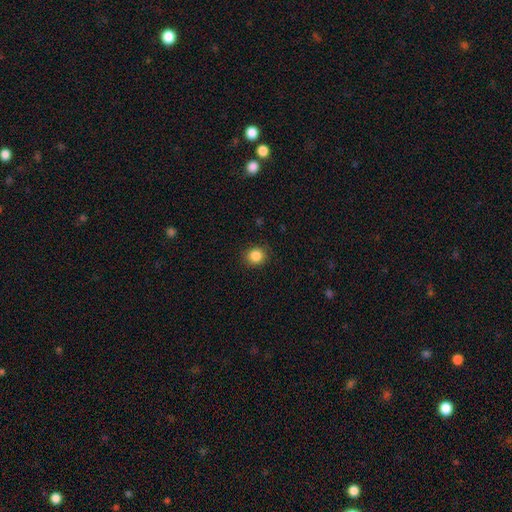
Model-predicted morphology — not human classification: This appears to be a smooth galaxy with no disk features (86%) that is round (84%). Merging: none (88%).